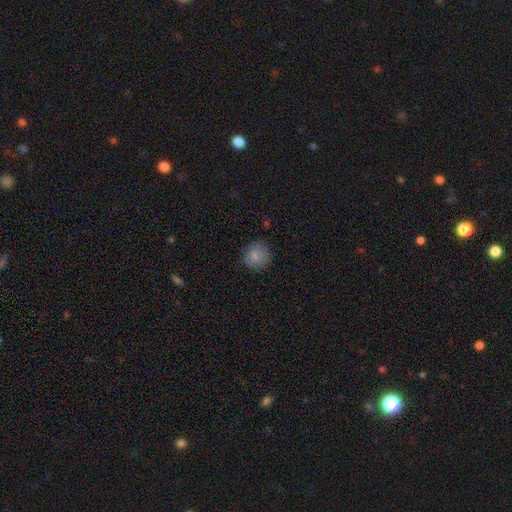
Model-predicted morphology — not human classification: smooth 85%, star or artifact 9%, featured or disk 7%. Down the decision tree: how rounded — round (91%); merging — none (84%).